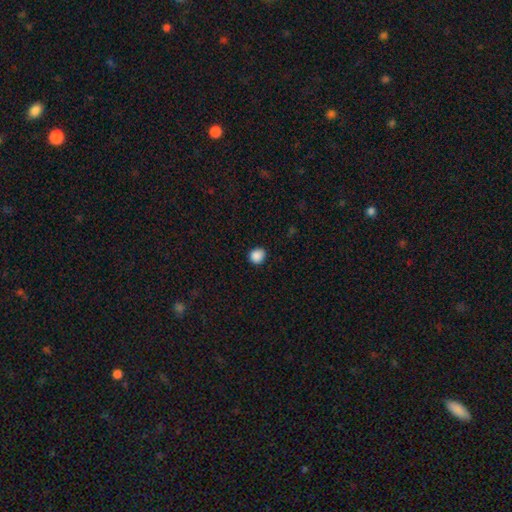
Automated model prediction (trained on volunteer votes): Smooth or featured?
  - smooth: 88% *
  - star or artifact: 9%
  - featured or disk: 2%
How rounded?
  - round: 86% *
  - in between: 13%
  - cigar-shaped: 1%
Merging?
  - none: 90% *
  - minor disturbance: 7%
  - major disturbance: 2%
  - merger: 1%